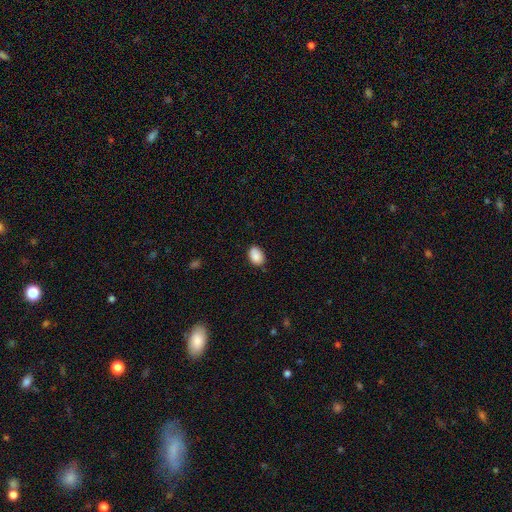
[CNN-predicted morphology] smooth-or-featured: smooth: 89% | star or artifact: 7% | featured or disk: 4%
  how-rounded: in between: 84% | round: 15% | cigar-shaped: 1%
  merging: none: 82% | minor disturbance: 14% | major disturbance: 3% | merger: 1%